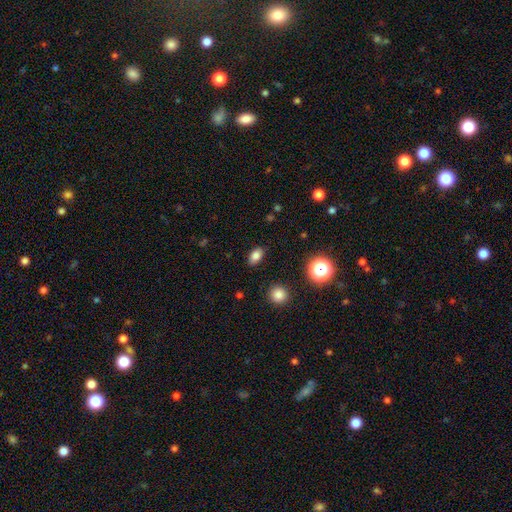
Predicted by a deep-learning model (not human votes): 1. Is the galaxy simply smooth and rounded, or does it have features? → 81% smooth, 13% star or artifact, 7% featured or disk.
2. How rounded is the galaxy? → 83% in between, 15% round, 2% cigar-shaped.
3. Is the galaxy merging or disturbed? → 87% none, 9% minor disturbance, 3% major disturbance, 1% merger.